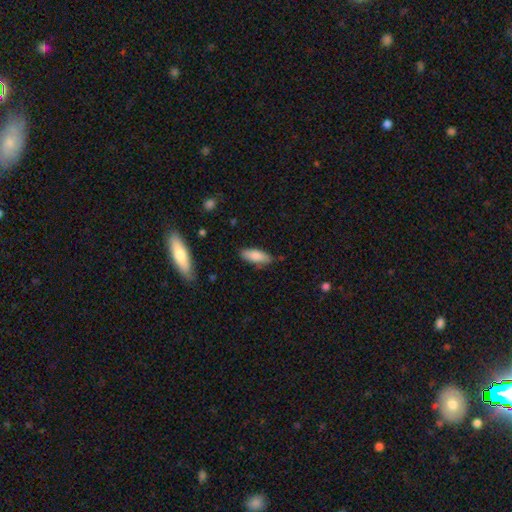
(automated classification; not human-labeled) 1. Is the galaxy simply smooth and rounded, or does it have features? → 82% smooth, 12% featured or disk, 6% star or artifact.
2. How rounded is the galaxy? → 63% in between, 35% cigar-shaped, 2% round.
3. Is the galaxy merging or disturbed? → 81% none, 15% minor disturbance, 3% major disturbance, 2% merger.